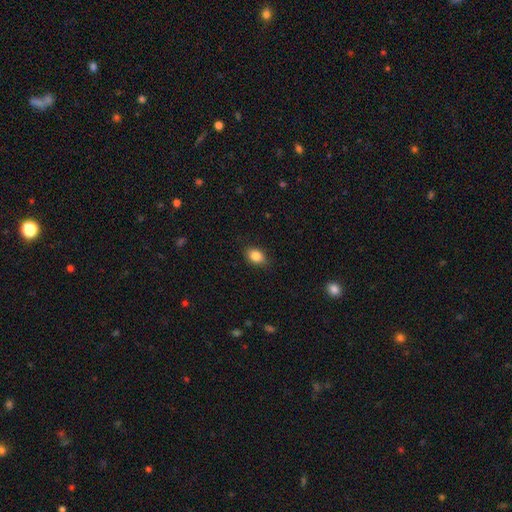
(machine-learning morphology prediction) type=smooth (85%); roundness=in between (78%); merging=none (86%).